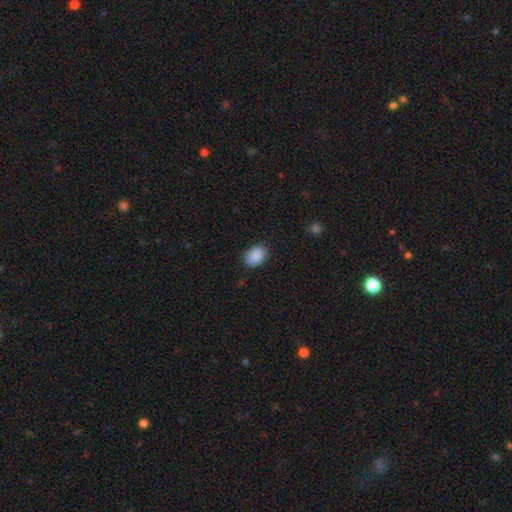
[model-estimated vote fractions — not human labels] Q: Smooth or featured?
A: smooth (89%); runner-up: star or artifact (7%)
Q: How rounded?
A: in between (77%); runner-up: round (22%)
Q: Merging?
A: none (79%); runner-up: minor disturbance (17%)